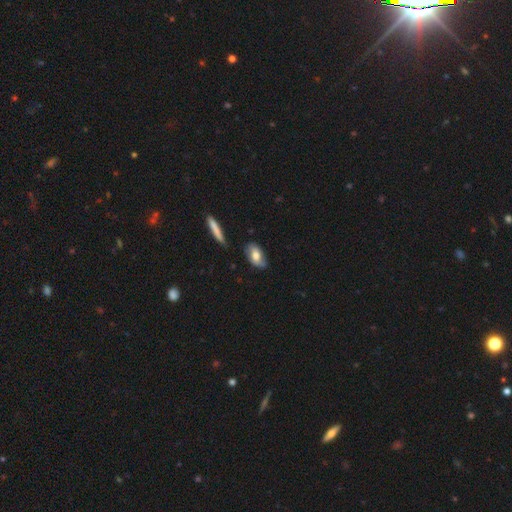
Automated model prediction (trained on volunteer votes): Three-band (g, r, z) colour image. It shows a smooth galaxy with no disk features (64%) that is in between round and cigar-shaped (89%). Merging: none (69%).